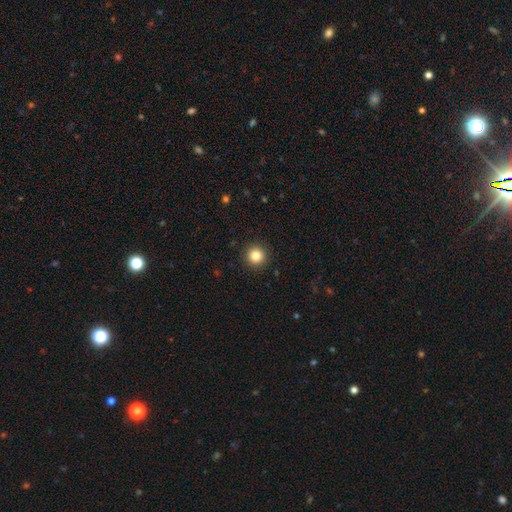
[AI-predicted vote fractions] Smooth or featured?
  - smooth: 84% *
  - star or artifact: 11%
  - featured or disk: 5%
How rounded?
  - round: 96% *
  - in between: 3%
  - cigar-shaped: 1%
Merging?
  - none: 93% *
  - minor disturbance: 5%
  - major disturbance: 2%
  - merger: 1%